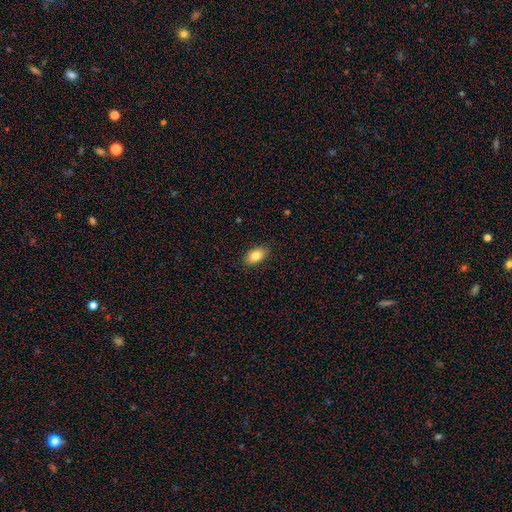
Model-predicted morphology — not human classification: The model was most divided on "smooth or featured": smooth: 83%, featured or disk: 9%, star or artifact: 8%. More confident: how rounded — in between (91%); merging — none (87%).